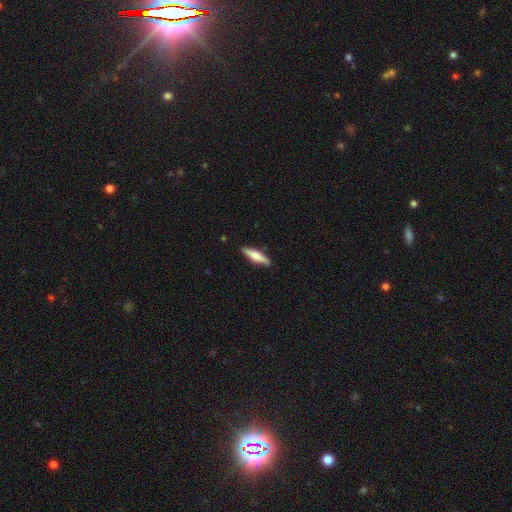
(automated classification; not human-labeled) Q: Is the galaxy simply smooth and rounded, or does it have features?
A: smooth — 60%.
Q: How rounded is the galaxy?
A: cigar-shaped — 76%.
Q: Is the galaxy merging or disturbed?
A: none — 86%.